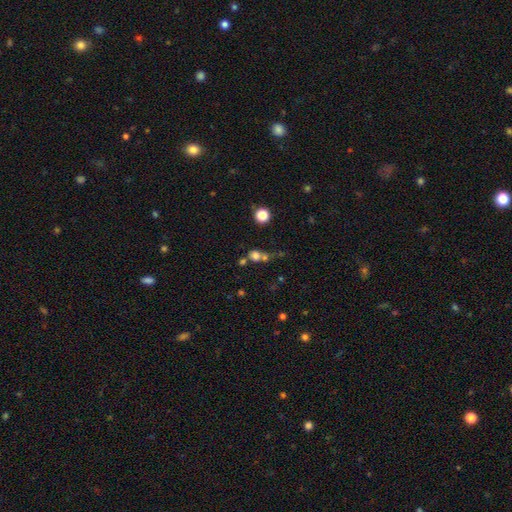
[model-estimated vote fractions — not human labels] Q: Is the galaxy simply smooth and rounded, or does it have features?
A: smooth — 67%.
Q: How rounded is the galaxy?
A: round — 77%.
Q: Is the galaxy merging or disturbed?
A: merger — 41%, tied with none.